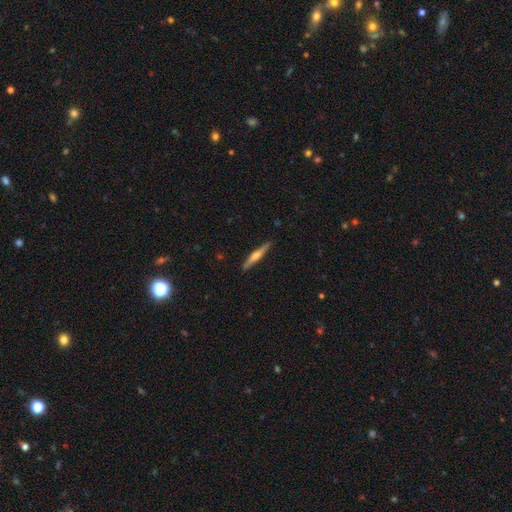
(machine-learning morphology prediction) Smooth or featured? Predicted: featured or disk (p=0.58). Edge-on disk? Predicted: yes (p=0.97). Edge-on bulge? Predicted: rounded (p=0.75). Merging? Predicted: none (p=0.89).